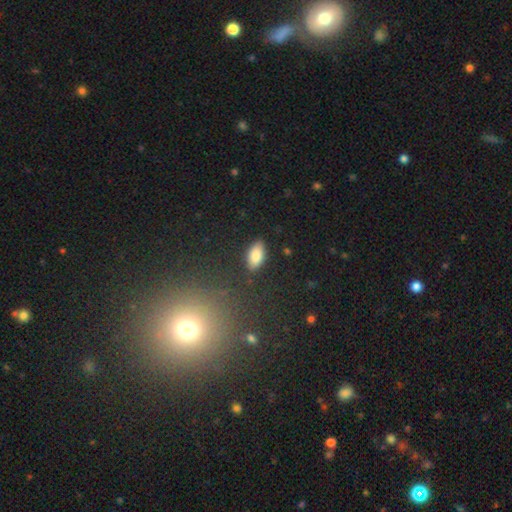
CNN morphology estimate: This is clearly a smooth galaxy (85%). How rounded: clearly in between (92%). Merging: clearly none (85%).